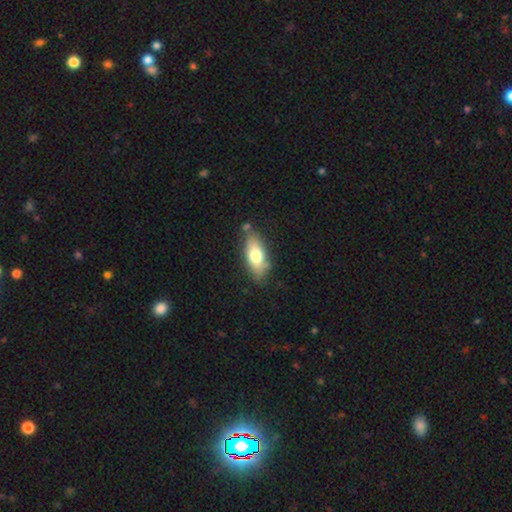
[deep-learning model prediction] This is likely a smooth galaxy (71%). How rounded: likely in between (77%). Merging: likely none (75%).